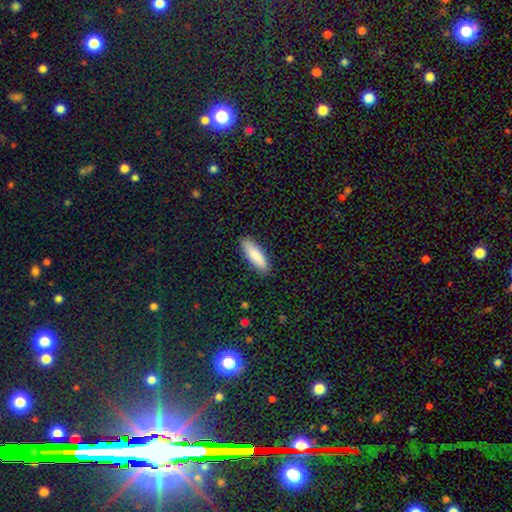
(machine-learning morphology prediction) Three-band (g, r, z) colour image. It shows a smooth galaxy with no disk features (86%) that is cigar-shaped (52%). Merging: none (86%).